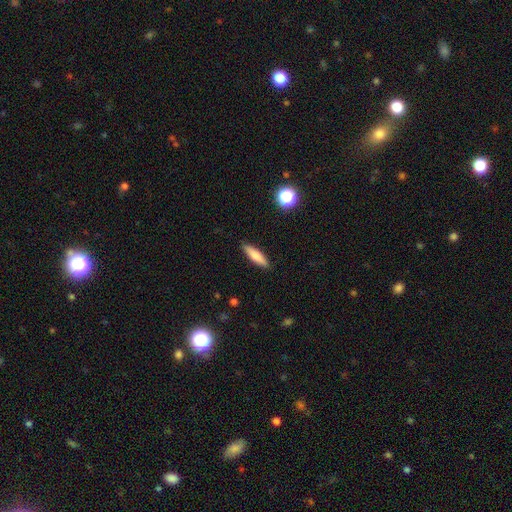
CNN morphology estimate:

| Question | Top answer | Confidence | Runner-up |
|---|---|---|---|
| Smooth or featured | smooth | 77% | featured or disk (17%) |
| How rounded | cigar-shaped | 72% | in between (26%) |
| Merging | none | 90% | minor disturbance (8%) |